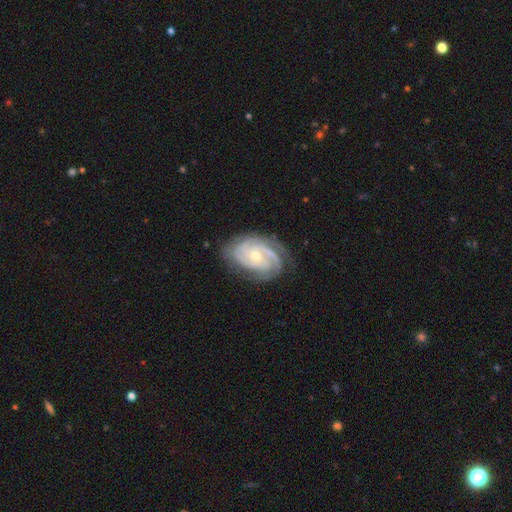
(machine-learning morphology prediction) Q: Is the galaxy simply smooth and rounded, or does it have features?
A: featured or disk — 88%.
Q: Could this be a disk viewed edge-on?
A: no — 97%.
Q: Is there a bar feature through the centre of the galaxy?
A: no — 67%.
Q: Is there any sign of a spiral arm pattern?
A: yes — 98%.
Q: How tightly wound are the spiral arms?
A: tight — 69%.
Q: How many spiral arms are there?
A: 3 — 39%.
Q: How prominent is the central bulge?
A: small — 52%.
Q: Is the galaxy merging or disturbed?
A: none — 74%.